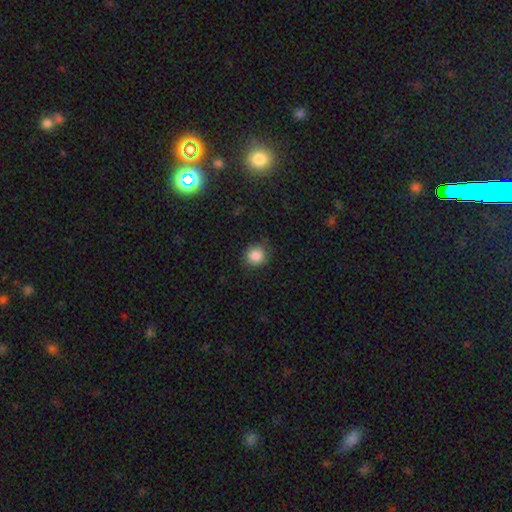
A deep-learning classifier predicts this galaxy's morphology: smooth-or-featured: smooth: 85% | star or artifact: 10% | featured or disk: 4%
  how-rounded: round: 88% | in between: 11% | cigar-shaped: 1%
  merging: none: 84% | minor disturbance: 12% | major disturbance: 3% | merger: 1%